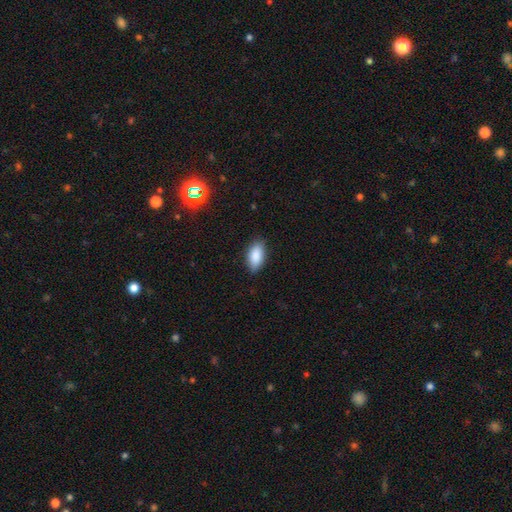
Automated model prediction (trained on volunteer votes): Smooth or featured? smooth (88%)
How rounded? in between (92%)
Merging? none (85%)